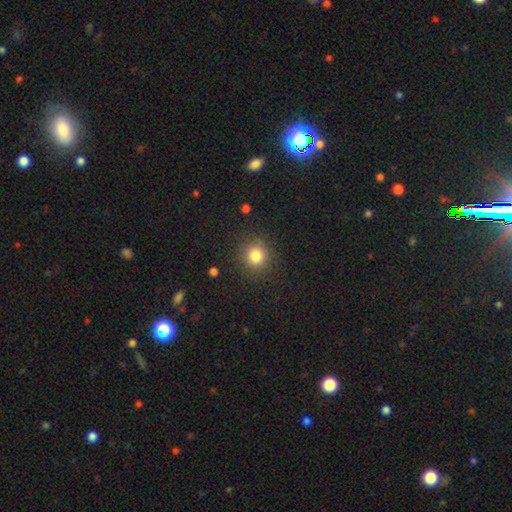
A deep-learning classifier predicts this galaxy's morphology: Smooth or featured: smooth — 81% (star or artifact — 13%)
How rounded: round — 91% (in between — 8%)
Merging: none — 87% (minor disturbance — 8%)